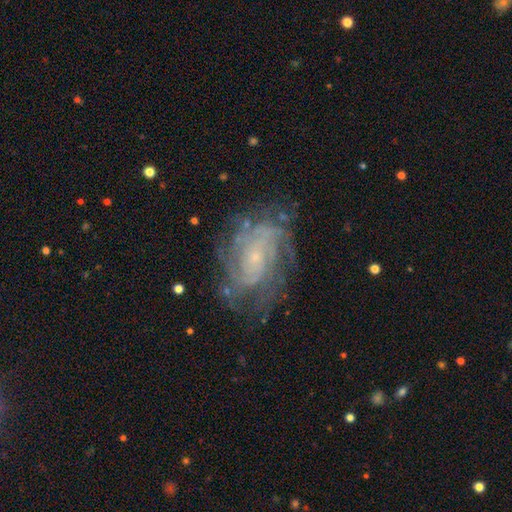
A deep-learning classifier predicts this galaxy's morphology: The model was most divided on "spiral winding": tight: 55%, medium: 34%, loose: 11%. Remaining: edge-on disk — no (96%); spiral arms — yes (91%); smooth or featured — featured or disk (81%); bulge size — small (78%); merging — none (69%); bar — no (66%); spiral arm count — can't tell (42%).